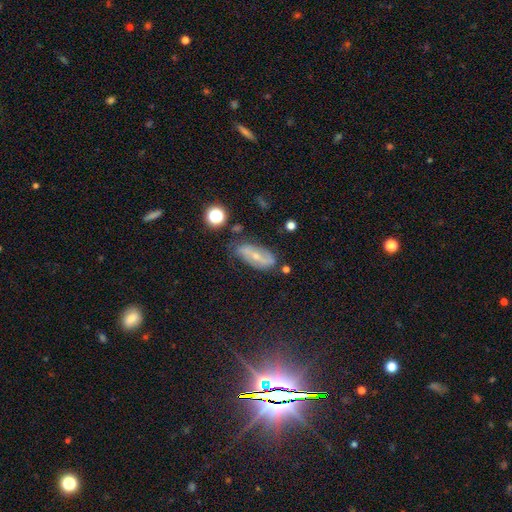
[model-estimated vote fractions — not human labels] smooth_or_featured: featured or disk (p=0.62) [alt: smooth p=0.23]
disk_edge_on: no (p=0.87) [alt: yes p=0.13]
bar: no (p=0.37) [alt: weak p=0.36]
has_spiral_arms: yes (p=0.78) [alt: no p=0.22]
bulge_size: small (p=0.62) [alt: moderate p=0.33]
merging: none (p=0.70) [alt: minor disturbance p=0.20]